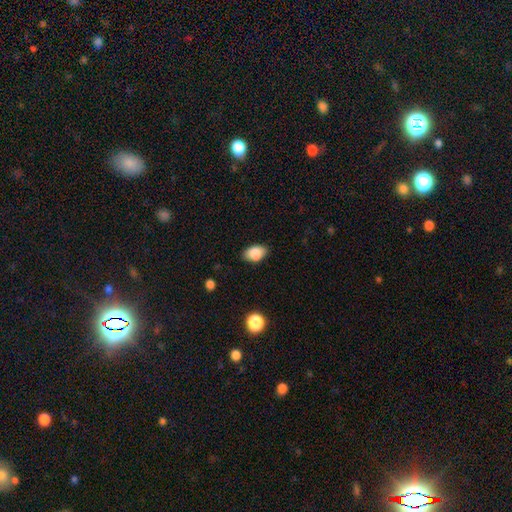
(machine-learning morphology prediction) smooth-or-featured: smooth: 85% | star or artifact: 8% | featured or disk: 7%
  how-rounded: in between: 89% | round: 9% | cigar-shaped: 2%
  merging: none: 81% | minor disturbance: 15% | major disturbance: 3% | merger: 1%